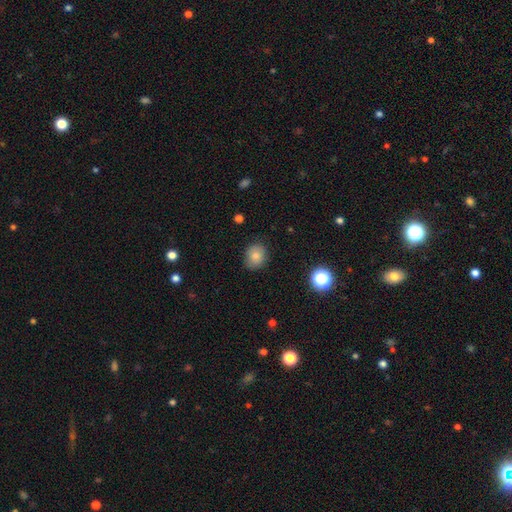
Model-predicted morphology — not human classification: A smooth galaxy with no disk features (81%) that is round (70%).

Vote fractions:
- Smooth or featured? smooth: 81% / star or artifact: 11% / featured or disk: 9%
- How rounded? round: 70% / in between: 29% / cigar-shaped: 1%
- Merging? none: 83% / minor disturbance: 13% / major disturbance: 3% / merger: 1%